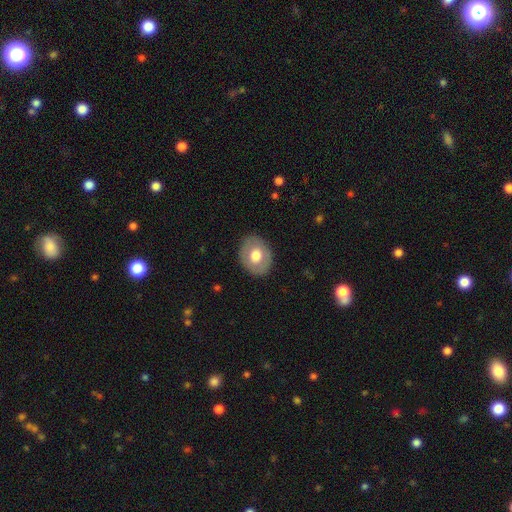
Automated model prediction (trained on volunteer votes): smooth_or_featured: smooth (p=0.63) [alt: featured or disk p=0.31]
how_rounded: in between (p=0.56) [alt: round p=0.43]
merging: none (p=0.86) [alt: minor disturbance p=0.10]